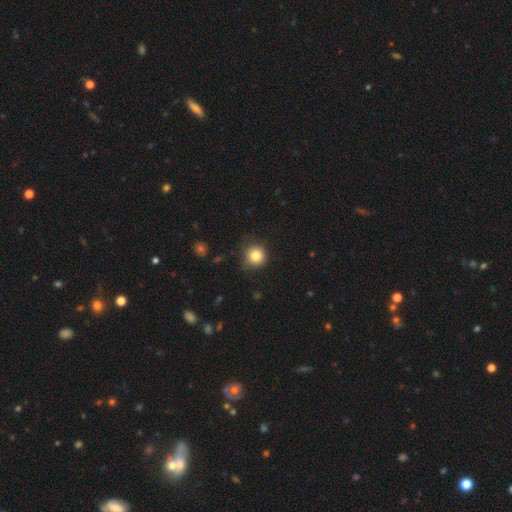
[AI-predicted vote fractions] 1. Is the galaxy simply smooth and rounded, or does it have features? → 82% smooth, 11% star or artifact, 7% featured or disk.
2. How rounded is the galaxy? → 94% round, 6% in between, 1% cigar-shaped.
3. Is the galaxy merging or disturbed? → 83% none, 13% minor disturbance, 3% major disturbance, 1% merger.